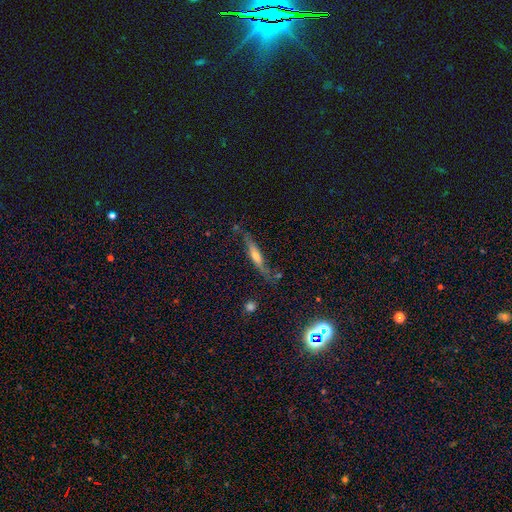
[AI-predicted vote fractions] Smooth or featured? featured or disk (57%)
Edge-on disk? yes (89%)
Edge-on bulge? rounded (72%)
Merging? none (73%)